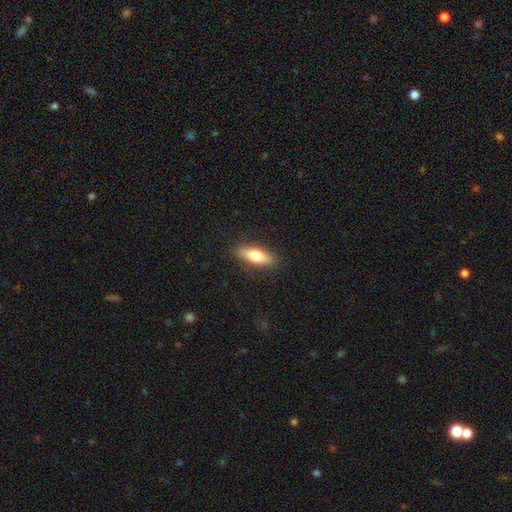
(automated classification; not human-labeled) A smooth galaxy with no disk features (67%) that is in between round and cigar-shaped (50%). Merging: none (88%).